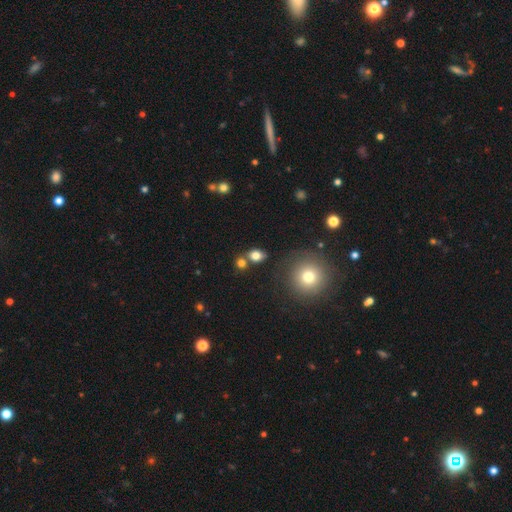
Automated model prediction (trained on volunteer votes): Smooth or featured? smooth (79%)
How rounded? in between (59%)
Merging? none (64%)